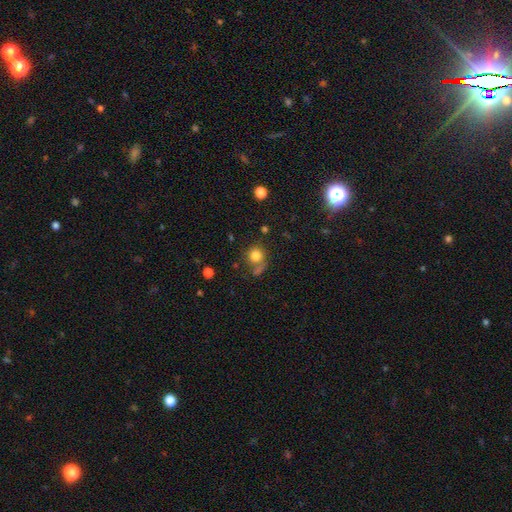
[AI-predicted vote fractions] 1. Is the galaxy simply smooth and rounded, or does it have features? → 80% smooth, 12% star or artifact, 9% featured or disk.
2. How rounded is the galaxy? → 84% round, 15% in between, 1% cigar-shaped.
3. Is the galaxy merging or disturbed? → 59% none, 16% merger, 15% minor disturbance, 9% major disturbance.